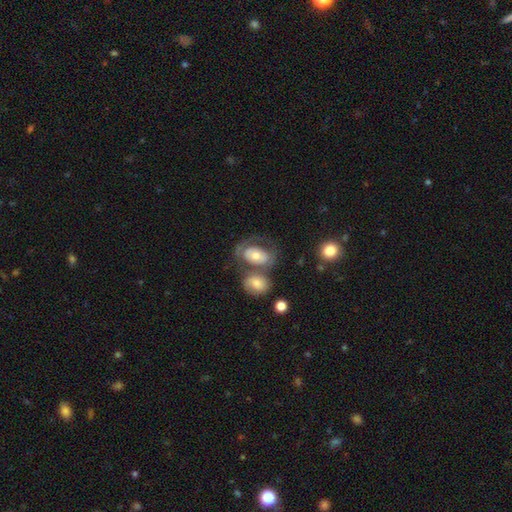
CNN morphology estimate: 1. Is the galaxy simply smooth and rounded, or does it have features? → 47% smooth, 45% featured or disk, 7% star or artifact.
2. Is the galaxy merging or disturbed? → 37% merger, 32% none, 16% major disturbance, 15% minor disturbance.